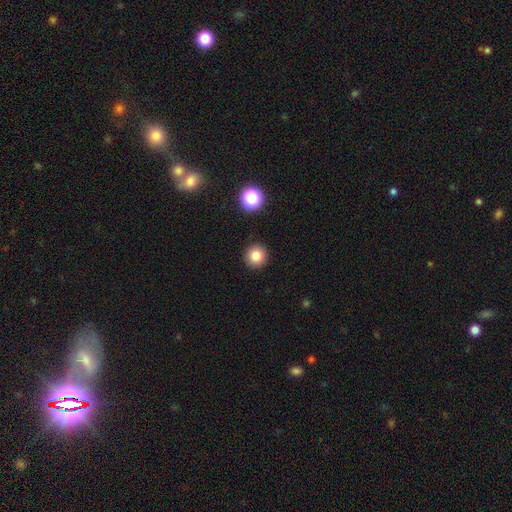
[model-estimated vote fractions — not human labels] Overall: smooth (82%). How rounded: round (95%). Merging: none (92%).